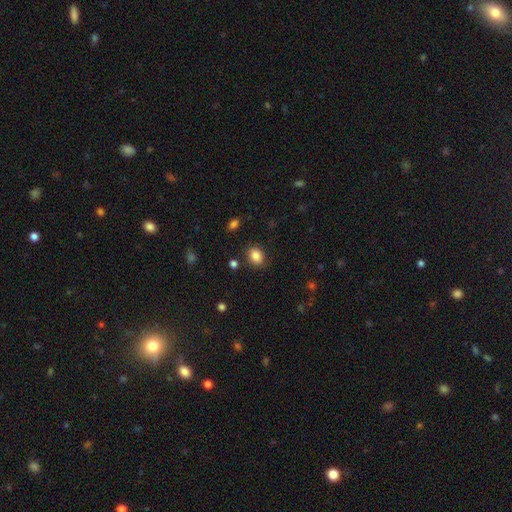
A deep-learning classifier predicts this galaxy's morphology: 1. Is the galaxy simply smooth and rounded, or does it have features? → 85% smooth, 10% star or artifact, 6% featured or disk.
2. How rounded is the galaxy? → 57% in between, 42% round, 1% cigar-shaped.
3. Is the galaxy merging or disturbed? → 84% none, 11% minor disturbance, 3% major disturbance, 2% merger.